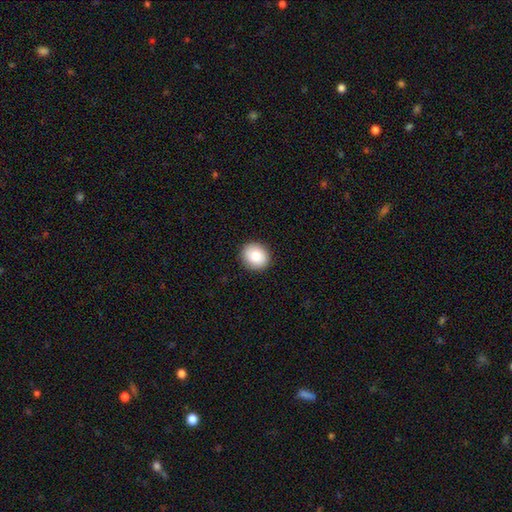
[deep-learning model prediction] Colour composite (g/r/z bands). It shows a smooth galaxy with no disk features (80%) that is round (82%). Merging: none (91%).